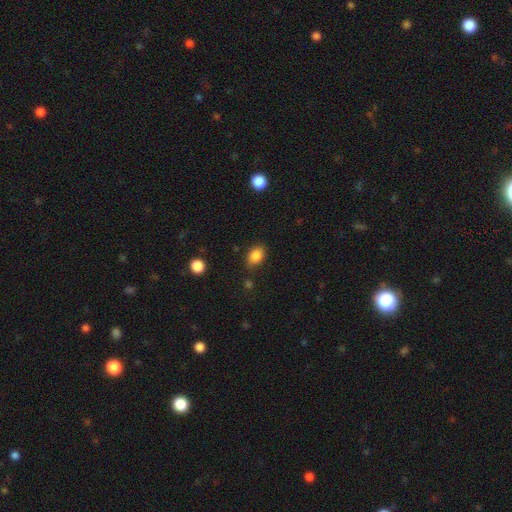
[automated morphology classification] Smooth or featured? Predicted: smooth (p=0.85). How rounded? Predicted: in between (p=0.74). Merging? Predicted: none (p=0.79).